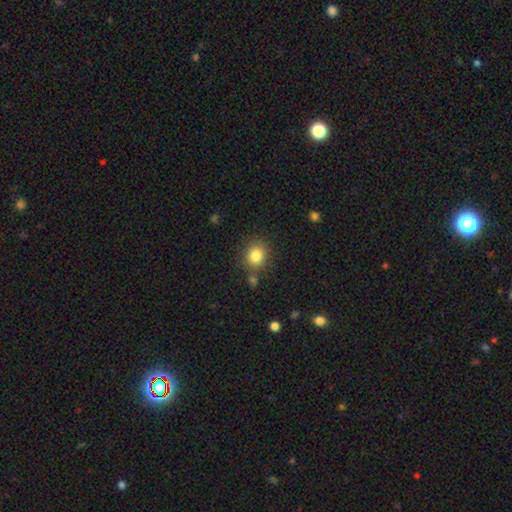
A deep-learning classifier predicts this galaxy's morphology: A smooth galaxy with no disk features (84%) that is round (78%). Merging: none (78%).